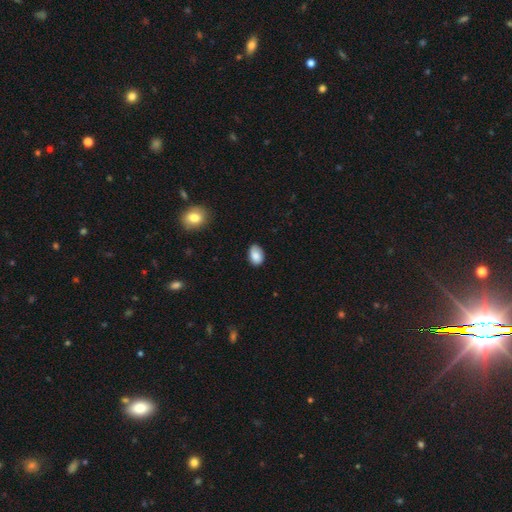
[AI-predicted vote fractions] Smooth or featured?
  - smooth: 86% *
  - star or artifact: 8%
  - featured or disk: 6%
How rounded?
  - in between: 84% *
  - round: 15%
  - cigar-shaped: 1%
Merging?
  - none: 79% *
  - minor disturbance: 17%
  - major disturbance: 3%
  - merger: 1%